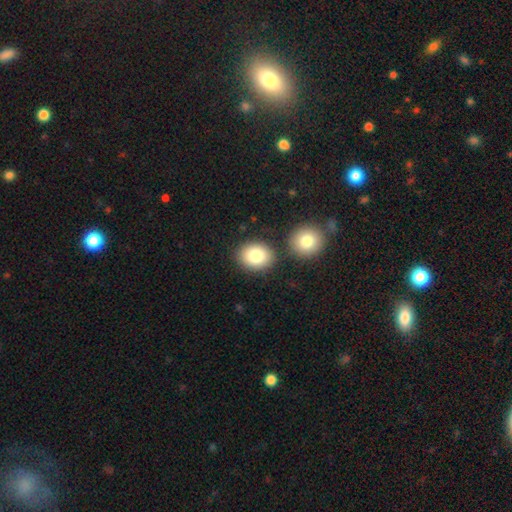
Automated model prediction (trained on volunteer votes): smooth-or-featured: smooth: 83% | featured or disk: 9% | star or artifact: 8%
  how-rounded: round: 50% | in between: 49% | cigar-shaped: 1%
  merging: none: 76% | merger: 12% | minor disturbance: 9% | major disturbance: 3%